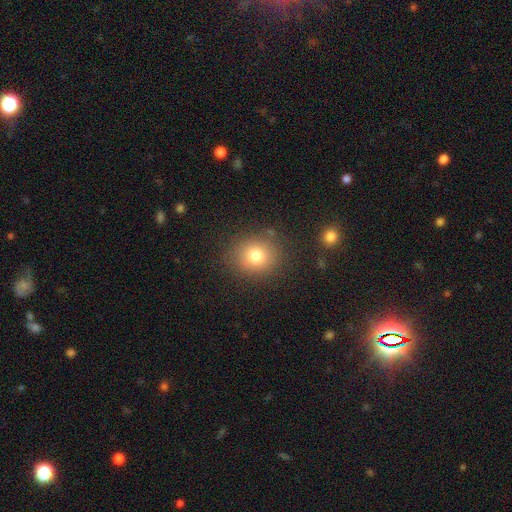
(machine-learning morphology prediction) A smooth galaxy with no disk features (77%) that is round (80%).

Vote fractions:
- Smooth or featured? smooth: 77% / star or artifact: 13% / featured or disk: 10%
- How rounded? round: 80% / in between: 19% / cigar-shaped: 1%
- Merging? none: 85% / minor disturbance: 9% / major disturbance: 4% / merger: 2%